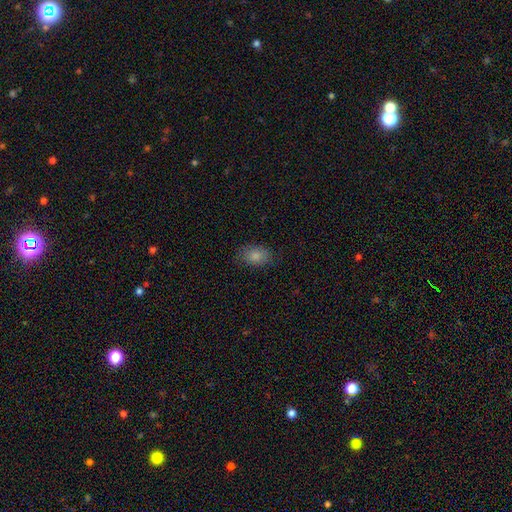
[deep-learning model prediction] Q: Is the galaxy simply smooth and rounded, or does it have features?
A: smooth — 85%.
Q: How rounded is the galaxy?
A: in between — 85%.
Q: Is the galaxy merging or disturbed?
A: none — 81%.